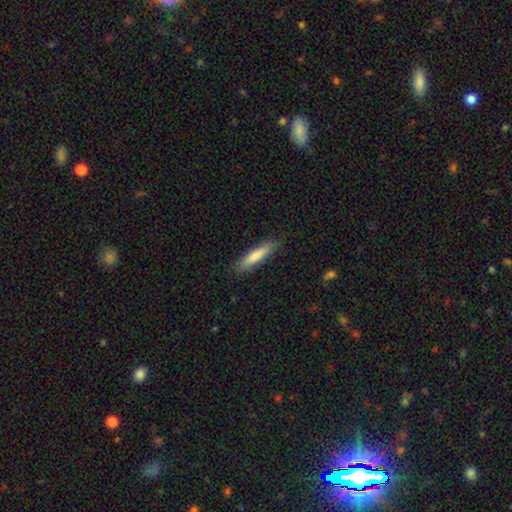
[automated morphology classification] Overall: smooth (80%). How rounded: cigar-shaped (85%). Merging: none (86%).